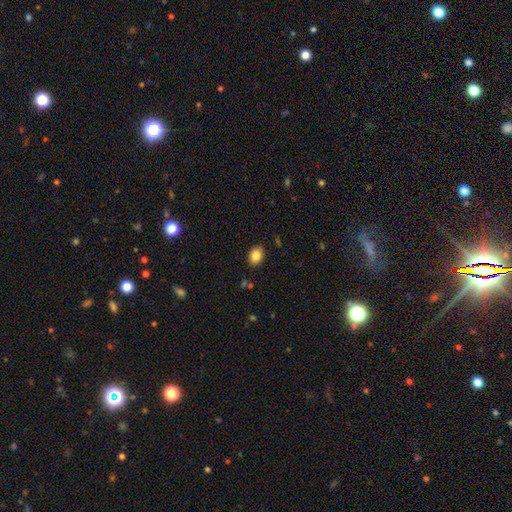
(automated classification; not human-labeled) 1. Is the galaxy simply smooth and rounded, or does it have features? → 85% smooth, 9% star or artifact, 6% featured or disk.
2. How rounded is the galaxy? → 64% in between, 35% round, 1% cigar-shaped.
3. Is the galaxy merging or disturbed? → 88% none, 8% minor disturbance, 2% major disturbance, 2% merger.